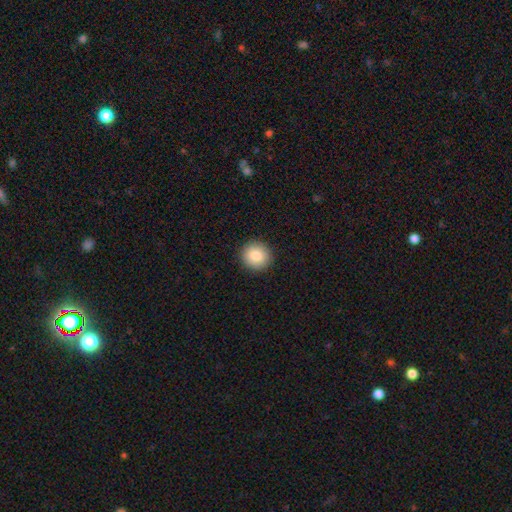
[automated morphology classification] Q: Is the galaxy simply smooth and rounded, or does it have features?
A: smooth — 87%.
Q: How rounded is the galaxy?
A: round — 90%.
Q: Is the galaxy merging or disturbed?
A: none — 92%.